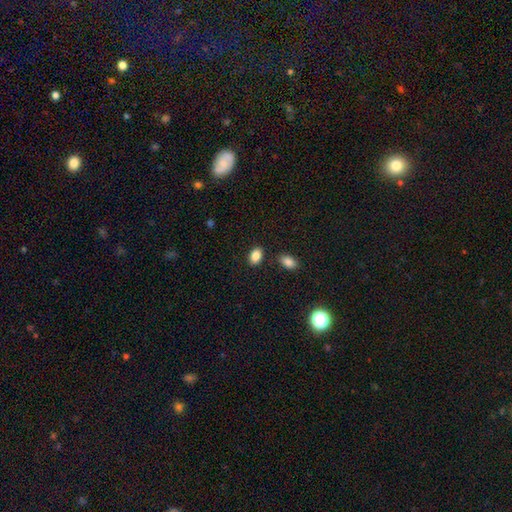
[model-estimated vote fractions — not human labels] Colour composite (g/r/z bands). It shows a smooth galaxy with no disk features (87%) that is in between round and cigar-shaped (85%). Merging: none (83%).